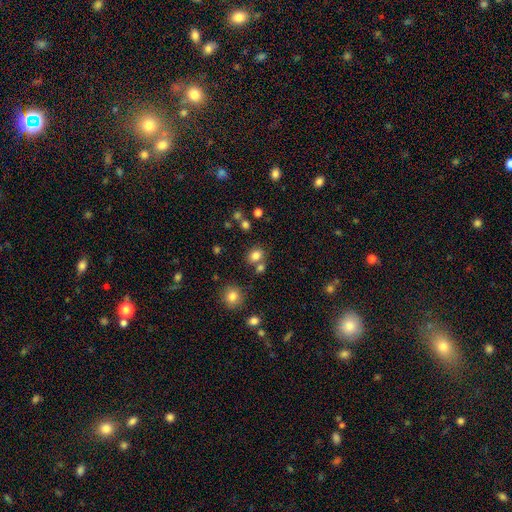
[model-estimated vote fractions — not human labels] This appears to be a smooth galaxy with no disk features (80%) that is round (57%). Merging: none (64%).